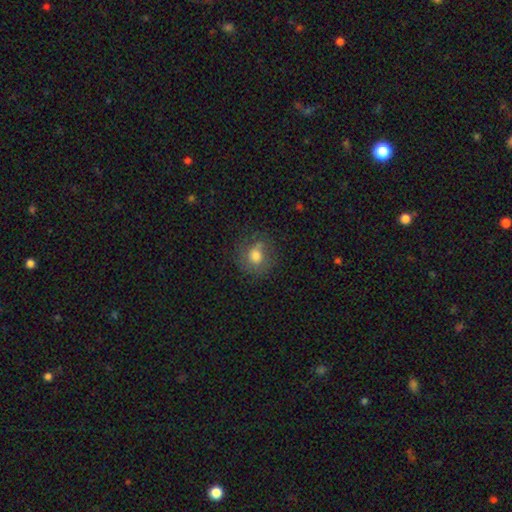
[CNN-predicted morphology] smooth_or_featured: smooth (p=0.70) [alt: featured or disk p=0.17]
how_rounded: round (p=0.77) [alt: in between p=0.22]
merging: none (p=0.66) [alt: minor disturbance p=0.20]